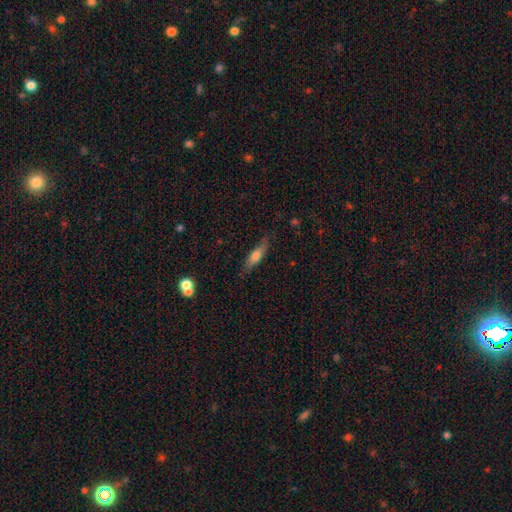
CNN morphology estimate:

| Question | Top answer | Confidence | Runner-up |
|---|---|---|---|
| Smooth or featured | smooth | 59% | featured or disk (34%) |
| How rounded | cigar-shaped | 69% | in between (29%) |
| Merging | none | 82% | minor disturbance (14%) |